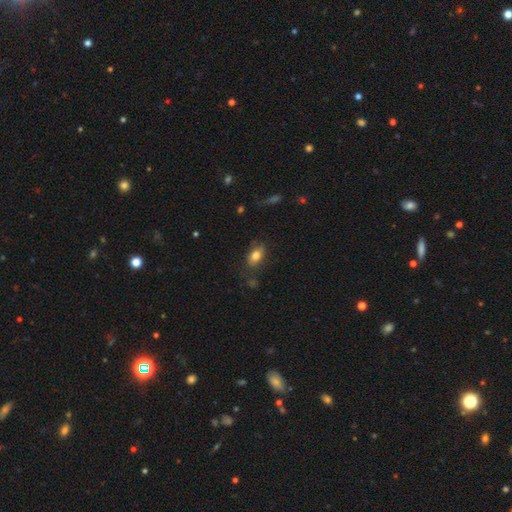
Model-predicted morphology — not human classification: Smooth or featured?
  - smooth: 80% *
  - featured or disk: 12%
  - star or artifact: 9%
How rounded?
  - in between: 86% *
  - round: 10%
  - cigar-shaped: 4%
Merging?
  - none: 75% *
  - minor disturbance: 17%
  - major disturbance: 5%
  - merger: 3%